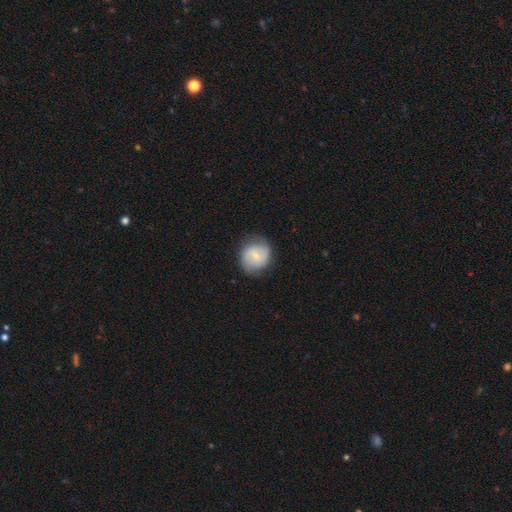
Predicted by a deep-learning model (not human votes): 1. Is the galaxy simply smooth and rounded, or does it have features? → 47% featured or disk (tied), 47% smooth (tied), 7% star or artifact.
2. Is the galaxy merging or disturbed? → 74% none, 19% minor disturbance, 6% major disturbance, 1% merger.